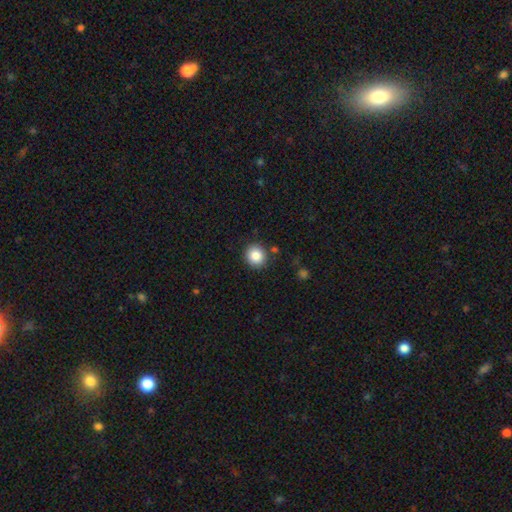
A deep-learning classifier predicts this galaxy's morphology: Overall: smooth (85%). How rounded: round (90%). Merging: none (88%).